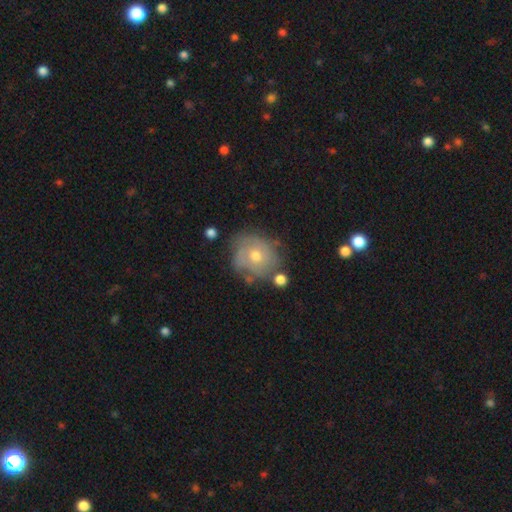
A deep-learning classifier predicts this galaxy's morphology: A featured or disk galaxy (52%) with no bar (85%), spiral arms (63%) and a moderate central bulge (67%). Merging: none (64%).